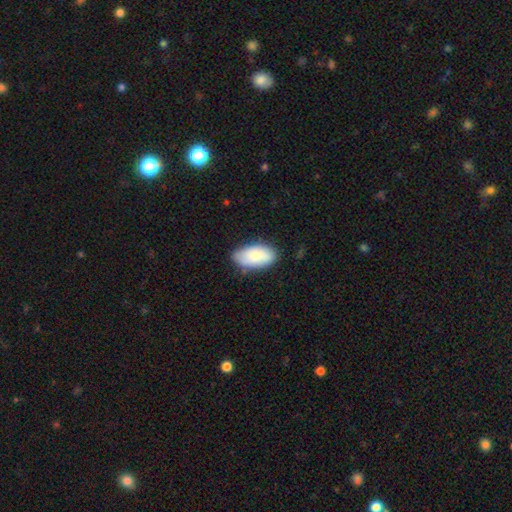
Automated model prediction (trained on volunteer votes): Smooth or featured: smooth — 84% (featured or disk — 10%)
How rounded: in between — 95% (cigar-shaped — 3%)
Merging: none — 75% (minor disturbance — 19%)